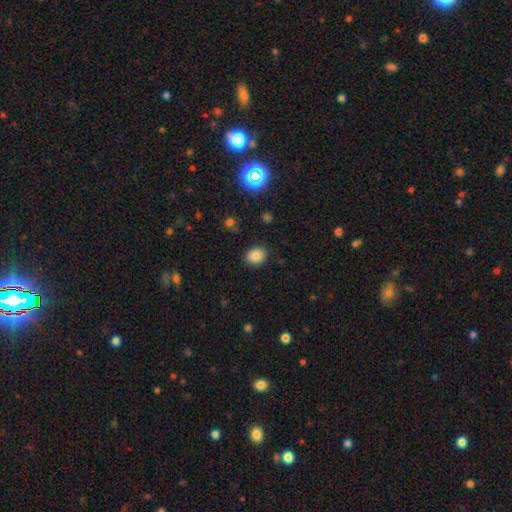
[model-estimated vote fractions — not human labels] The model was most divided on "how rounded": round: 65%, in between: 34%, cigar-shaped: 1%. More confident: merging — none (88%); smooth or featured — smooth (83%).